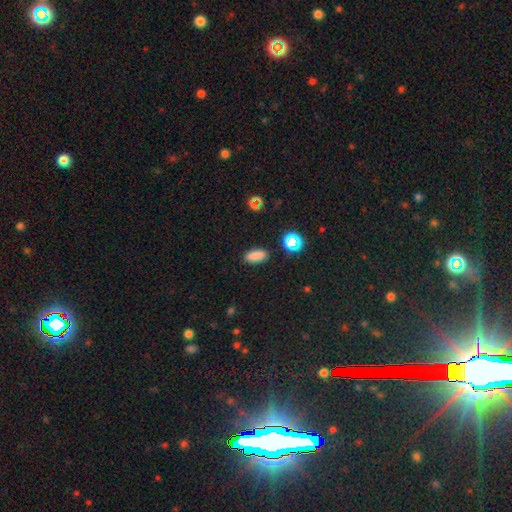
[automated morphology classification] smooth_or_featured: smooth (p=0.82) [alt: star or artifact p=0.13]
how_rounded: in between (p=0.75) [alt: cigar-shaped p=0.19]
merging: none (p=0.87) [alt: minor disturbance p=0.09]